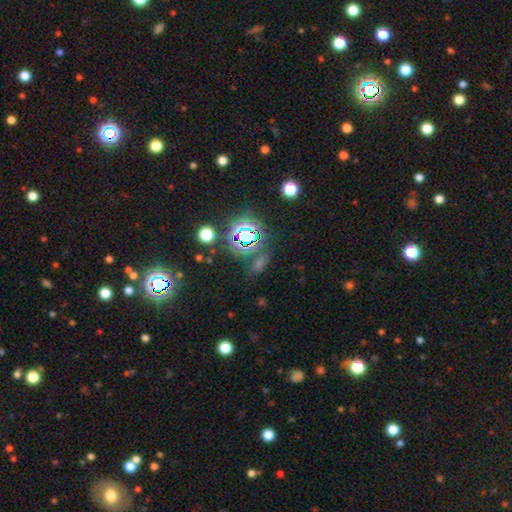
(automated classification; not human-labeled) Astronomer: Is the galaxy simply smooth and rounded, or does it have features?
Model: star or artifact — 73%.